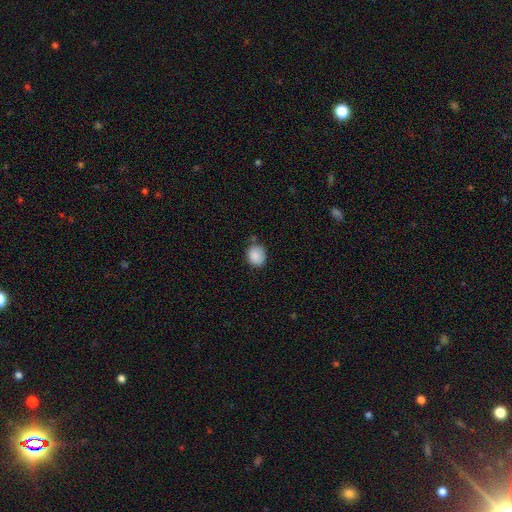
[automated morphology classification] smooth 88%, star or artifact 8%, featured or disk 4%. Down the decision tree: how rounded — round (64%); merging — none (71%).